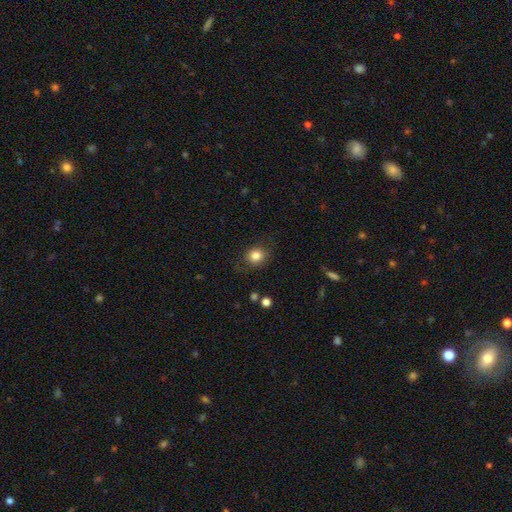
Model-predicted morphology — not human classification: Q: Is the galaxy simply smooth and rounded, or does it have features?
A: smooth — 84%.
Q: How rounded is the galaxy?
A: round — 71%.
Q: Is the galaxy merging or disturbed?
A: none — 79%.